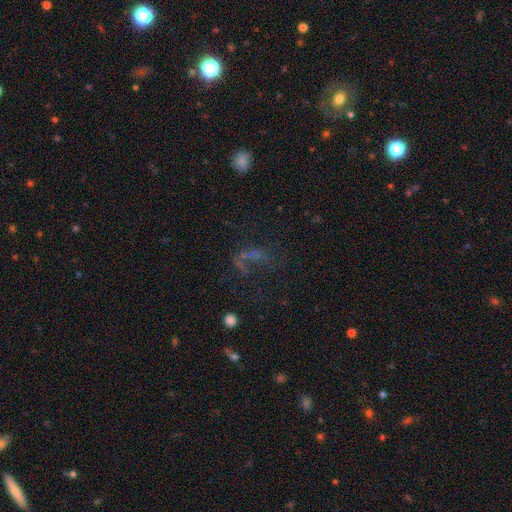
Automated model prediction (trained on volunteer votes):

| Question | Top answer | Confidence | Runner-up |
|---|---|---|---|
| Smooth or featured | star or artifact | 35% | tied: featured or disk (35%) |